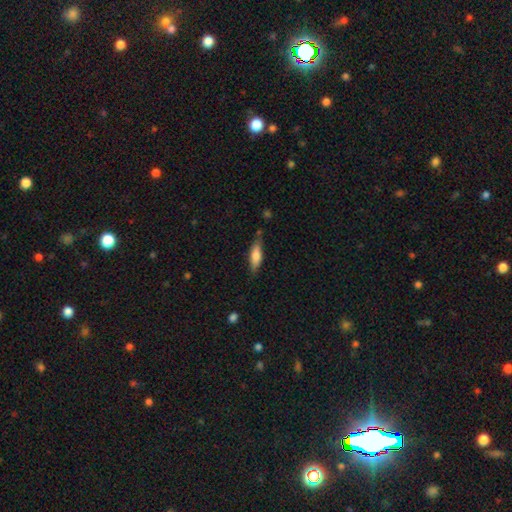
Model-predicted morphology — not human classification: Smooth or featured: smooth — 70% (featured or disk — 24%)
How rounded: cigar-shaped — 51% (in between — 47%)
Merging: none — 76% (minor disturbance — 18%)